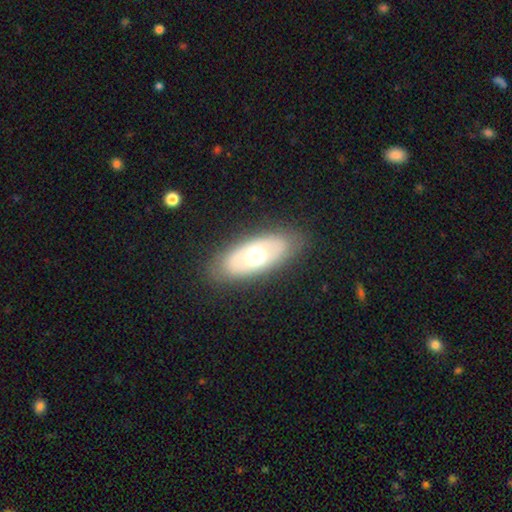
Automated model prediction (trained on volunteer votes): Morphology: type=smooth (47%); merging=none (82%).